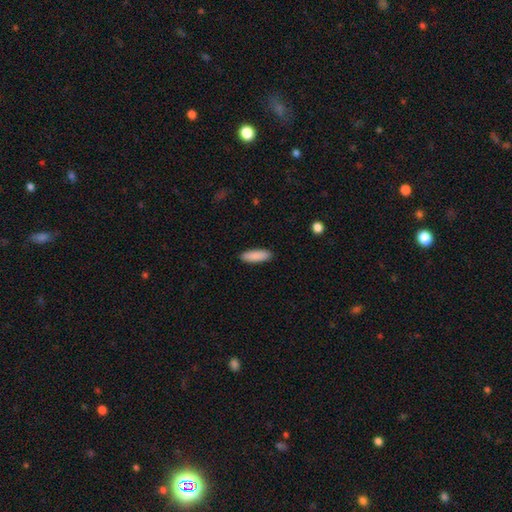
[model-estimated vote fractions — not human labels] smooth-or-featured: smooth: 89% | star or artifact: 6% | featured or disk: 5%
  how-rounded: in between: 49% (tied) | cigar-shaped: 49% (tied) | round: 2%
  merging: none: 90% | minor disturbance: 7% | major disturbance: 2% | merger: 1%